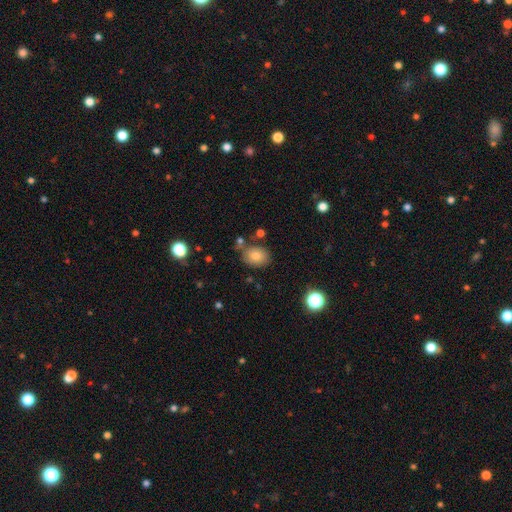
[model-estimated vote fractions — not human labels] smooth 80%, star or artifact 10%, featured or disk 10%. Down the decision tree: how rounded — in between (54%); merging — none (75%).